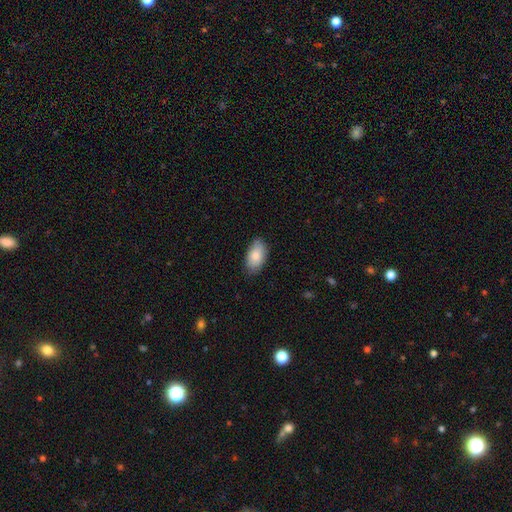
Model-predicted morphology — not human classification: Smooth or featured? Predicted: smooth (p=0.84). How rounded? Predicted: in between (p=0.94). Merging? Predicted: none (p=0.81).